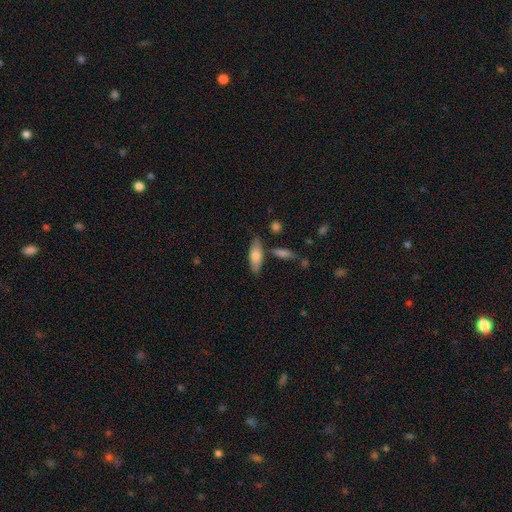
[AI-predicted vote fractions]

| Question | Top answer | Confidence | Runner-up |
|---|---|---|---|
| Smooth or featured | smooth | 76% | featured or disk (18%) |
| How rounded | in between | 69% | cigar-shaped (28%) |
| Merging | none | 73% | minor disturbance (16%) |